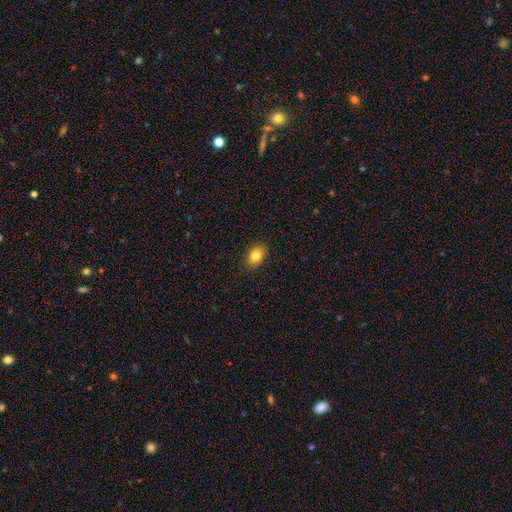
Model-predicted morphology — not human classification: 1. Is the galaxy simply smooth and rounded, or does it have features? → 83% smooth, 9% star or artifact, 8% featured or disk.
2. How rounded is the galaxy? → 71% in between, 28% round, 1% cigar-shaped.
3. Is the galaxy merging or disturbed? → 87% none, 10% minor disturbance, 2% major disturbance, 1% merger.